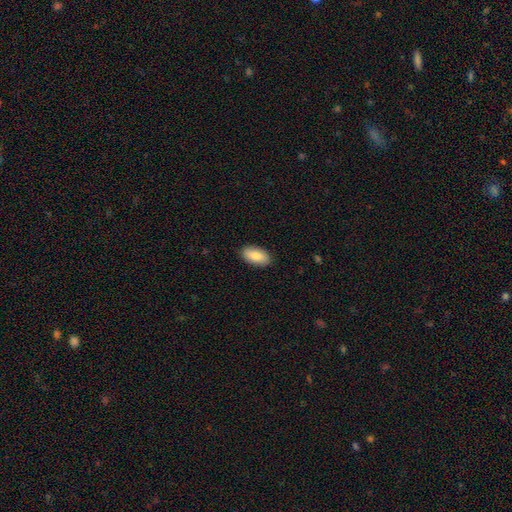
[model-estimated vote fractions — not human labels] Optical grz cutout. It shows a smooth galaxy with no disk features (83%) that is in between round and cigar-shaped (93%). Merging: none (89%).